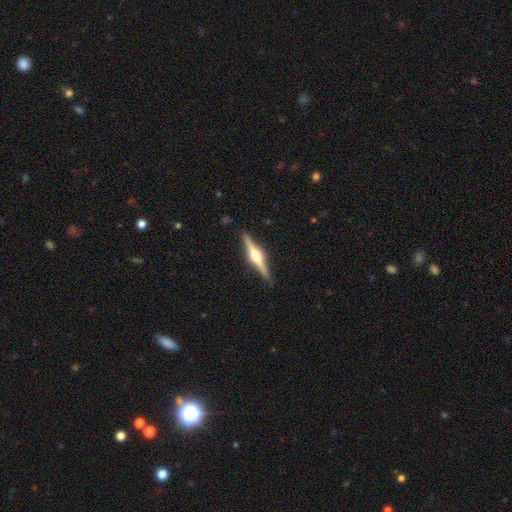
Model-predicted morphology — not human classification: A featured or disk galaxy (79%) viewed edge-on (98%) with a rounded central bulge (93%). Merging: none (90%).